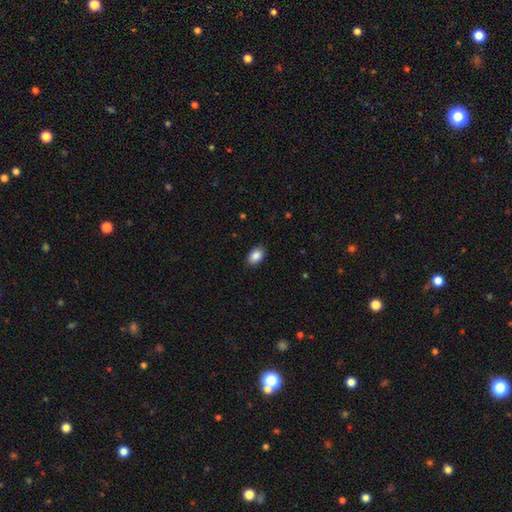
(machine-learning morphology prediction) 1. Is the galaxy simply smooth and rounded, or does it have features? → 88% smooth, 7% star or artifact, 5% featured or disk.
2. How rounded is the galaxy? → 87% in between, 12% round, 1% cigar-shaped.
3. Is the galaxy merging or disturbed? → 89% none, 8% minor disturbance, 2% major disturbance, 1% merger.